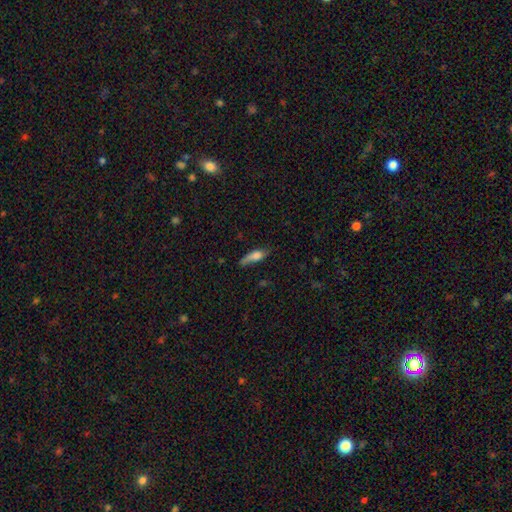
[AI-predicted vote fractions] Overall: smooth (70%). How rounded: in between (49%; cigar-shaped 48%). Merging: none (48%; minor disturbance 35%).